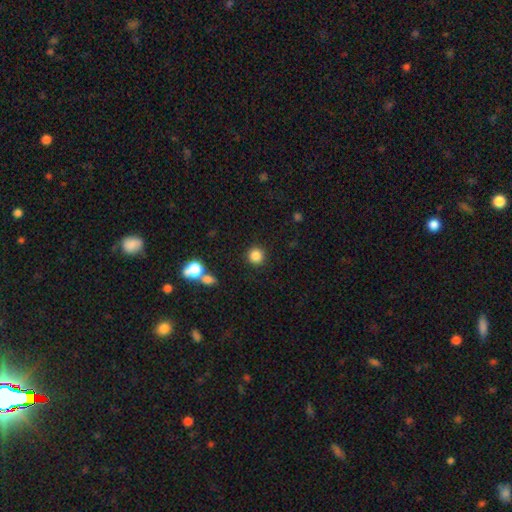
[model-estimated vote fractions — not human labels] The model was most divided on "smooth or featured": smooth: 85%, star or artifact: 11%, featured or disk: 4%. More confident: how rounded — round (93%); merging — none (89%).